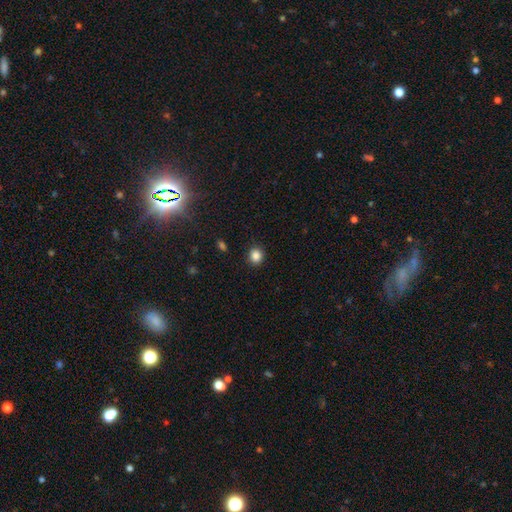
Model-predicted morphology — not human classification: The model was most divided on "how rounded": round: 81%, in between: 18%, cigar-shaped: 1%. More confident: merging — none (90%); smooth or featured — smooth (86%).